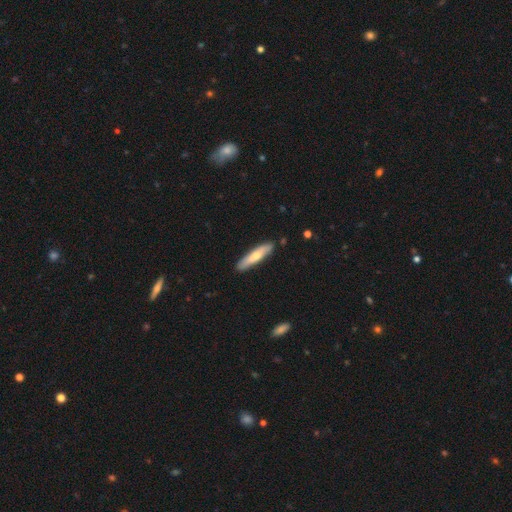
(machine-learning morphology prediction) A smooth galaxy with no disk features (61%) that is cigar-shaped (81%). Merging: none (87%).